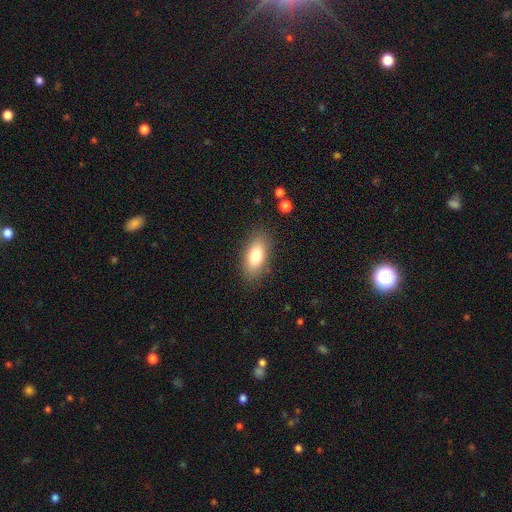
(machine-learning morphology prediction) This appears to be a smooth galaxy with no disk features (79%) that is in between round and cigar-shaped (87%). Merging: none (85%).